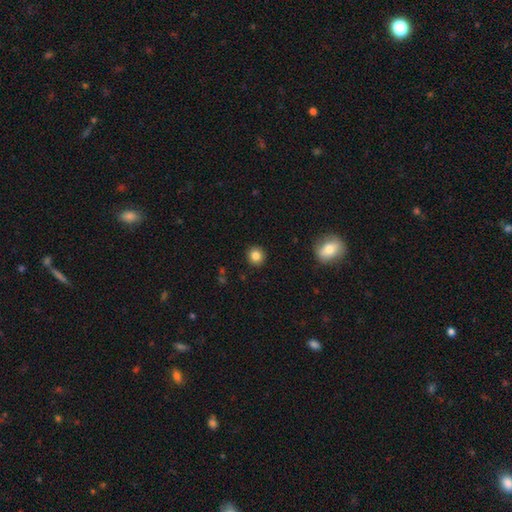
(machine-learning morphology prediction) Smooth or featured? smooth (84%)
How rounded? round (91%)
Merging? none (92%)